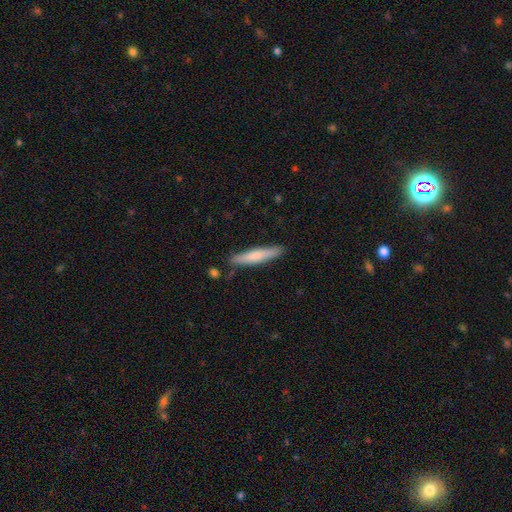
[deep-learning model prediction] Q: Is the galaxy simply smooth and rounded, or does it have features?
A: smooth — 70%.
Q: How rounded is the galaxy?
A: cigar-shaped — 92%.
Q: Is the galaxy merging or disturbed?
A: none — 85%.